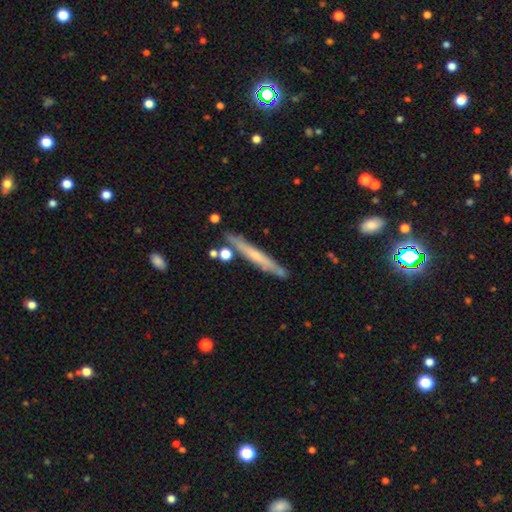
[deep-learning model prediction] Q: Smooth or featured?
A: featured or disk (49%); runner-up: smooth (45%)
Q: Merging?
A: none (81%); runner-up: minor disturbance (13%)